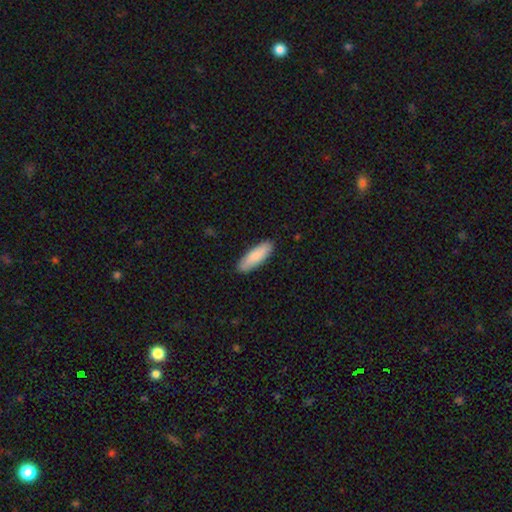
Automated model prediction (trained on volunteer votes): A smooth galaxy with no disk features (86%) that is in between round and cigar-shaped (51%). Merging: none (89%).